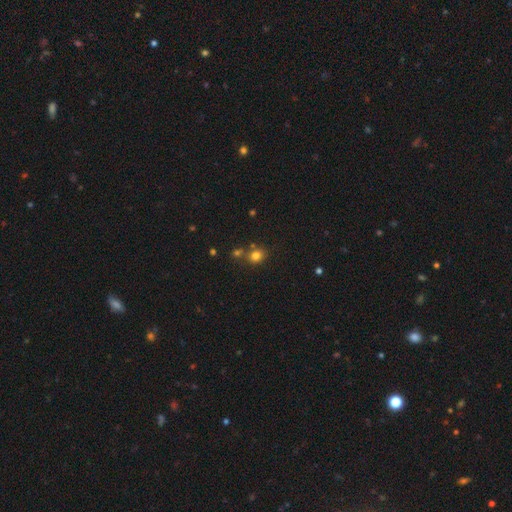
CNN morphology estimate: Smooth or featured? smooth (77%)
How rounded? round (76%)
Merging? none (65%)